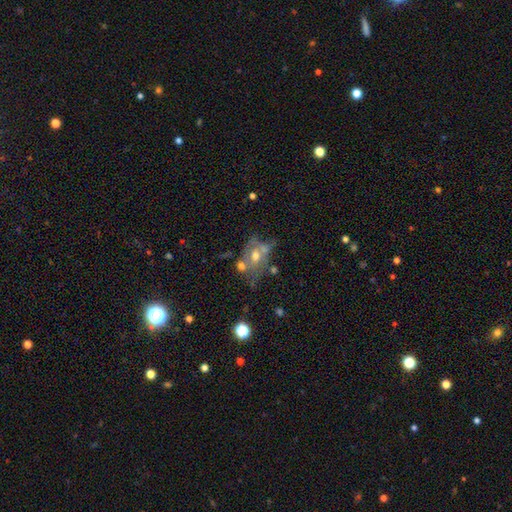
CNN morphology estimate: A featured or disk galaxy (54%) with no bar (82%), no spiral arms (73%) and a moderate central bulge (68%).

Vote fractions:
- Smooth or featured? featured or disk: 54% / smooth: 32% / star or artifact: 15%
- Edge-on disk? no: 94% / yes: 6%
- Bar? no: 82% / weak: 14% / strong: 4%
- Spiral arms? no: 73% / yes: 27%
- Bulge size? moderate: 68% / small: 18% / large: 8% / none: 4% / dominant: 2%
- Merging? none: 33% / merger: 29% / minor disturbance: 19% / major disturbance: 19%